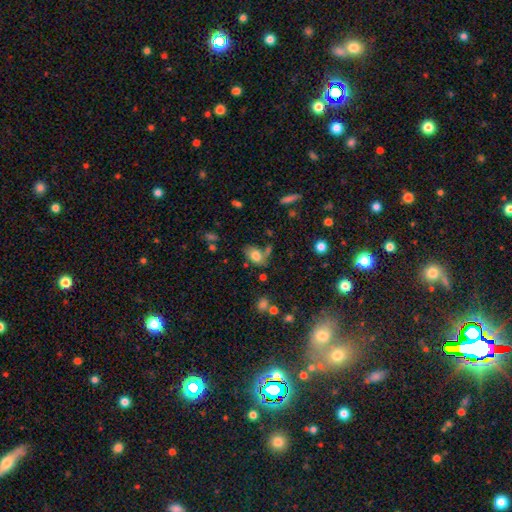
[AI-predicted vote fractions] Q: Smooth or featured?
A: smooth (76%); runner-up: featured or disk (14%)
Q: How rounded?
A: in between (83%); runner-up: round (15%)
Q: Merging?
A: none (55%); runner-up: minor disturbance (22%)